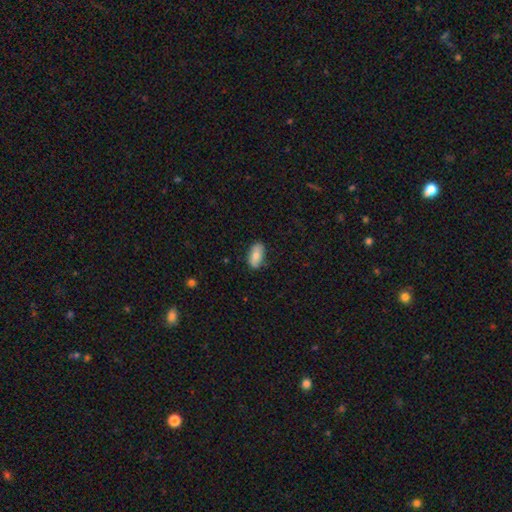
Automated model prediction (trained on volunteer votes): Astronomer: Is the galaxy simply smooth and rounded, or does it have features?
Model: smooth — 75%.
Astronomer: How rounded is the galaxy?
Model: in between — 92%.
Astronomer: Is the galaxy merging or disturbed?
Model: none — 80%.